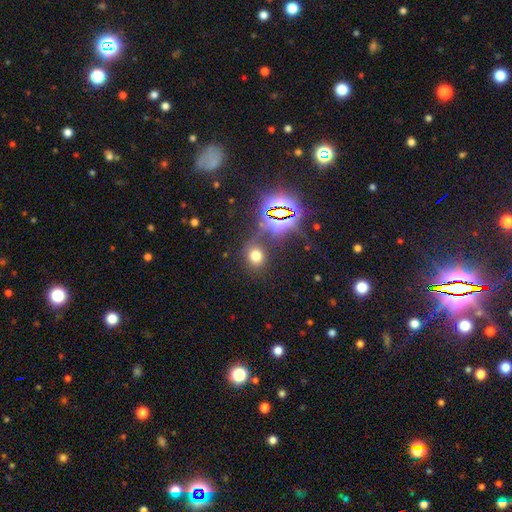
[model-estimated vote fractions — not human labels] Smooth or featured? Predicted: smooth (p=0.63). How rounded? Predicted: round (p=0.73). Merging? Predicted: none (p=0.74).